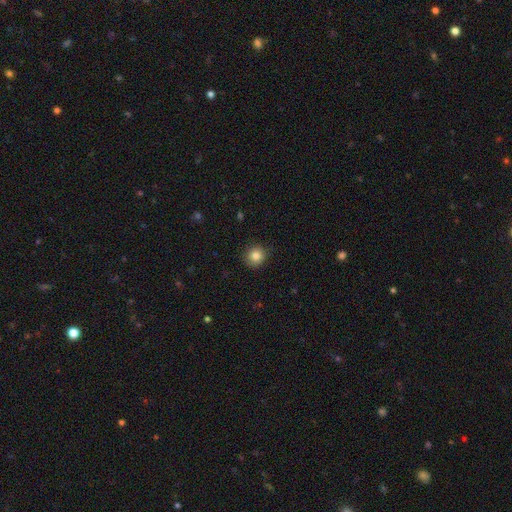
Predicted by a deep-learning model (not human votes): A smooth galaxy with no disk features (84%) that is round (91%).

Vote fractions:
- Smooth or featured? smooth: 84% / star or artifact: 11% / featured or disk: 6%
- How rounded? round: 91% / in between: 8% / cigar-shaped: 1%
- Merging? none: 90% / minor disturbance: 7% / major disturbance: 2% / merger: 1%